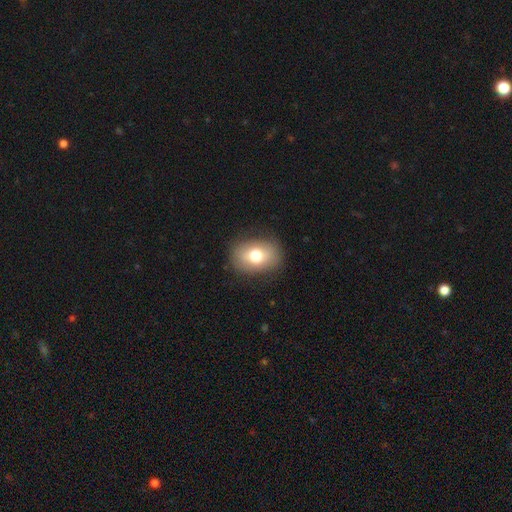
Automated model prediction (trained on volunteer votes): Q: Smooth or featured?
A: smooth (73%); runner-up: featured or disk (19%)
Q: How rounded?
A: in between (71%); runner-up: round (28%)
Q: Merging?
A: none (84%); runner-up: minor disturbance (11%)